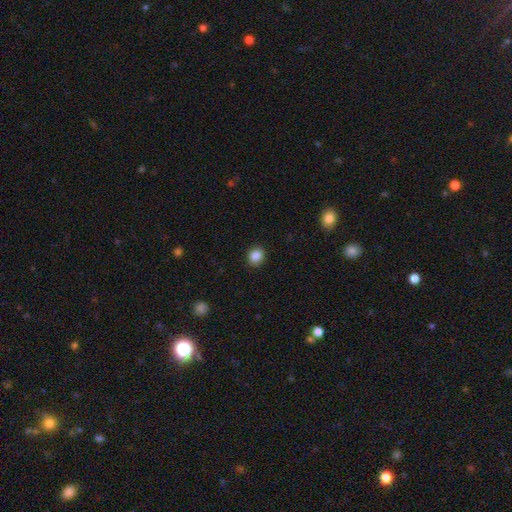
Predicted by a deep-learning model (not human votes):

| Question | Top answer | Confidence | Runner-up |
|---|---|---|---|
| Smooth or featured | smooth | 87% | star or artifact (9%) |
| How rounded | round | 65% | in between (34%) |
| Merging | none | 89% | minor disturbance (8%) |